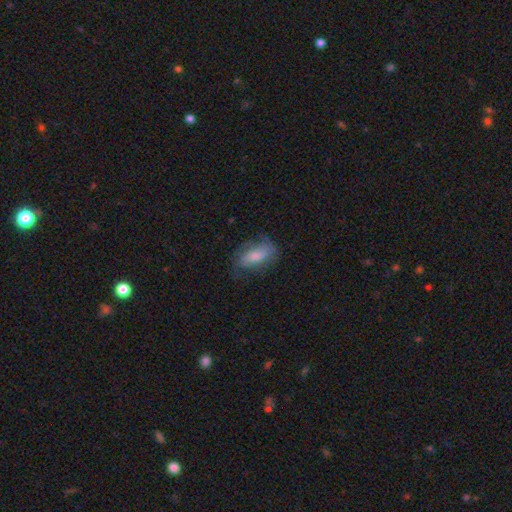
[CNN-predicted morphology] Smooth or featured? smooth (61%)
How rounded? in between (84%)
Merging? none (59%)